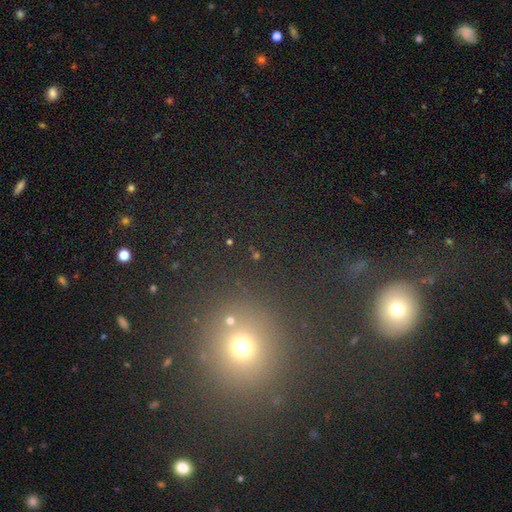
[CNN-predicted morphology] This is possibly a star or artifact rather than a galaxy (46%).